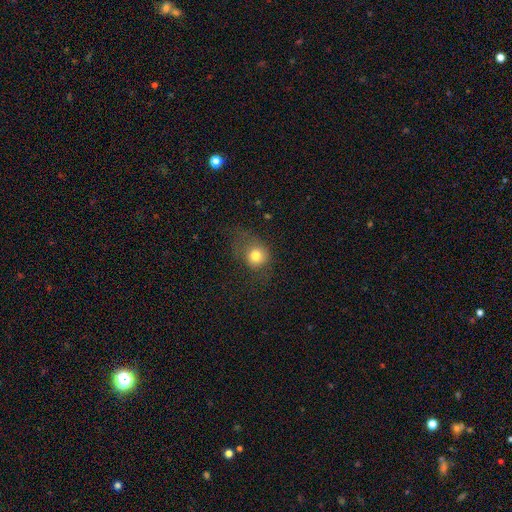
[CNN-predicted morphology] The model was most divided on "merging": none: 46%, major disturbance: 27%, minor disturbance: 25%, merger: 2%. More confident: smooth or featured — smooth (76%); how rounded — round (75%).